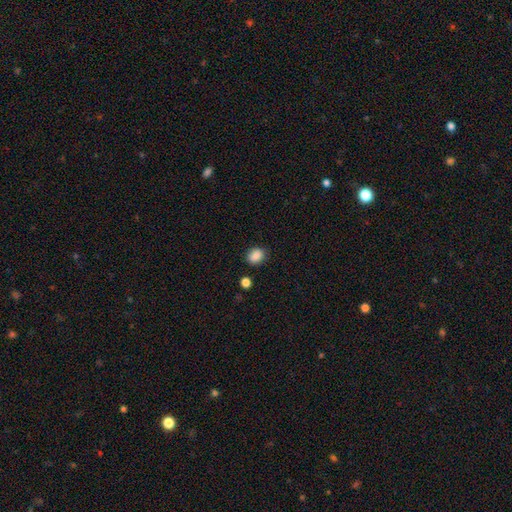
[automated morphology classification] smooth 87%, star or artifact 9%, featured or disk 3%. Down the decision tree: how rounded — in between (50%); merging — none (83%).